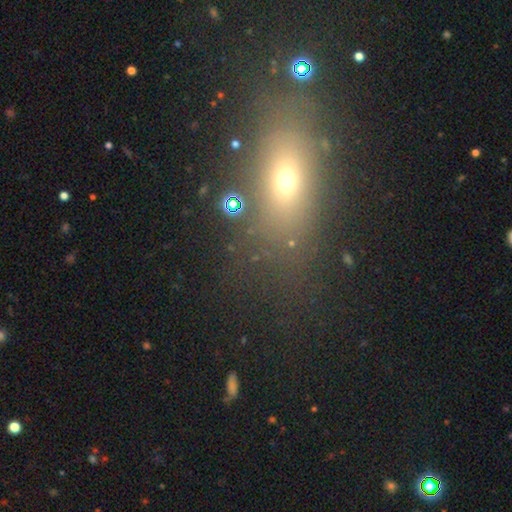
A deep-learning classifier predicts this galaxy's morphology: A smooth galaxy with no disk features (54%) that is in between round and cigar-shaped (65%). Merging: none (79%).